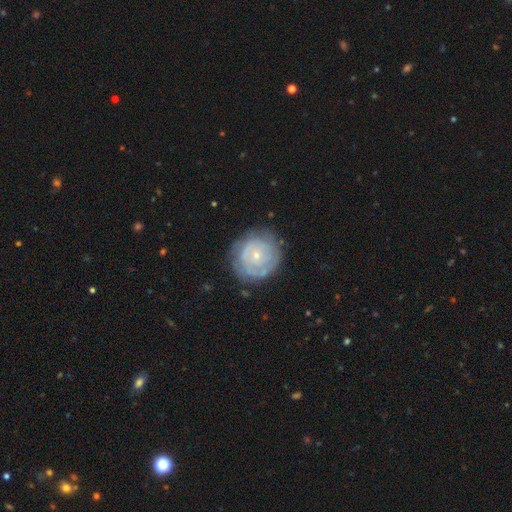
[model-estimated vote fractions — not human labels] Morphology: type=featured or disk (64%); edge-on=no (98%); bar=no (81%); spiral arms=yes (71%); bulge=small (79%); merging=none (74%).